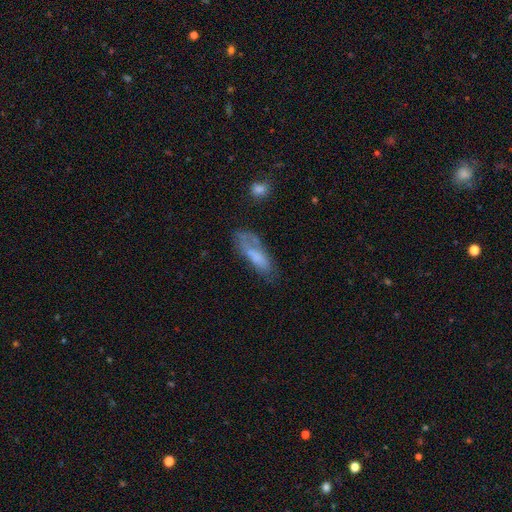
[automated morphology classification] A smooth galaxy with no disk features (60%) that is in between round and cigar-shaped (55%). Merging: none (43%).